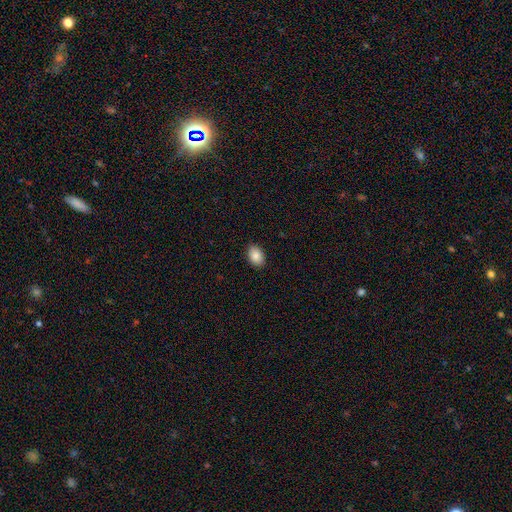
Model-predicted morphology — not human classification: A smooth galaxy with no disk features (87%) that is in between round and cigar-shaped (83%).

Vote fractions:
- Smooth or featured? smooth: 87% / star or artifact: 8% / featured or disk: 5%
- How rounded? in between: 83% / round: 16% / cigar-shaped: 1%
- Merging? none: 89% / minor disturbance: 8% / major disturbance: 2% / merger: 1%